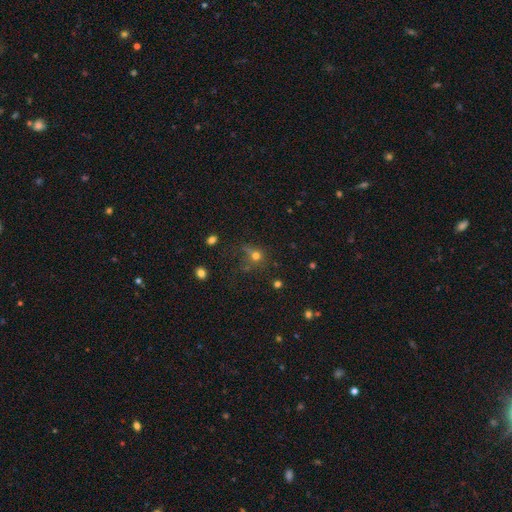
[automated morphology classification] Smooth or featured?
  - smooth: 66% *
  - star or artifact: 23%
  - featured or disk: 11%
How rounded?
  - round: 85% *
  - in between: 14%
  - cigar-shaped: 1%
Merging?
  - none: 56% *
  - minor disturbance: 18%
  - major disturbance: 16%
  - merger: 9%